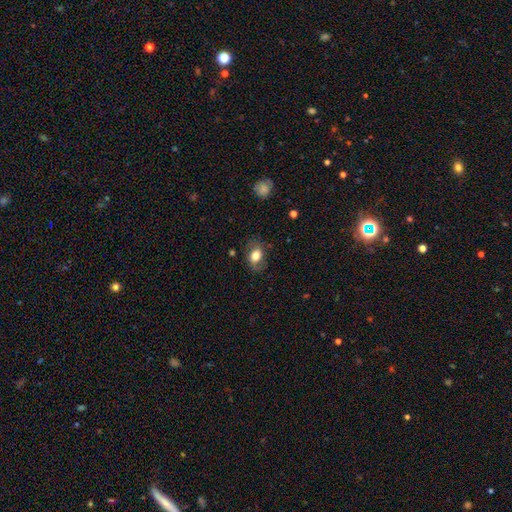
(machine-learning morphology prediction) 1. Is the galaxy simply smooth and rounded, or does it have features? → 73% smooth, 19% featured or disk, 8% star or artifact.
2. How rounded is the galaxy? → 79% in between, 20% round, 2% cigar-shaped.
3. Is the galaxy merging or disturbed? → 73% none, 18% minor disturbance, 7% major disturbance, 1% merger.